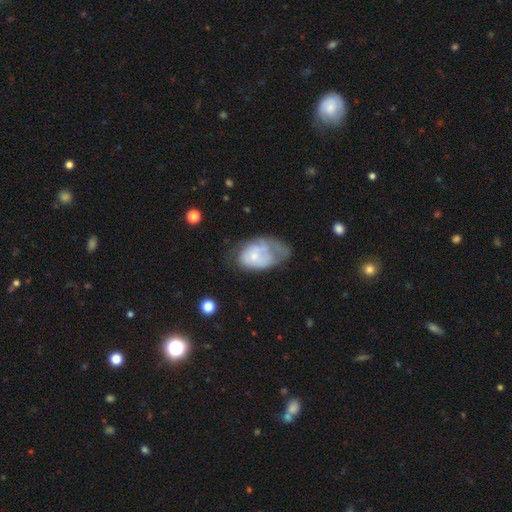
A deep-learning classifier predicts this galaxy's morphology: Smooth or featured: smooth — 46% (tied with featured or disk — 46%)
Merging: major disturbance — 41% (minor disturbance — 29%)